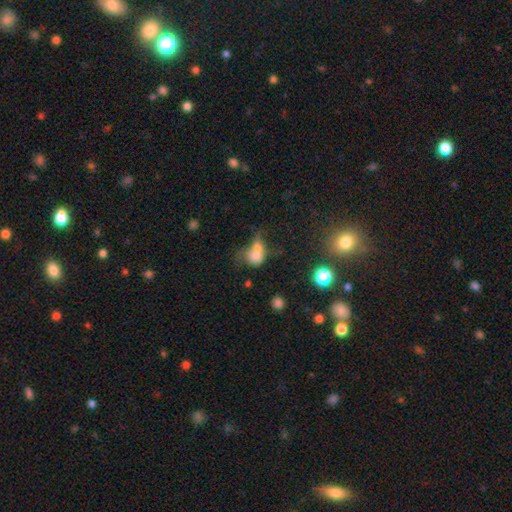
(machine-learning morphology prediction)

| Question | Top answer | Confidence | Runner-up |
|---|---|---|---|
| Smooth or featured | smooth | 68% | featured or disk (19%) |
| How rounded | in between | 53% | round (45%) |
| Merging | merger | 63% | none (17%) |